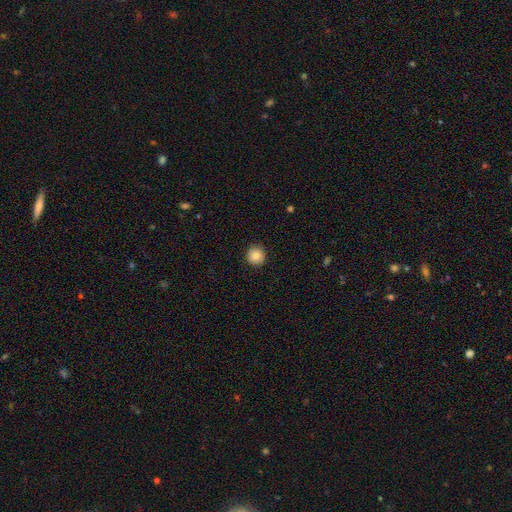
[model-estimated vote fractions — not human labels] A smooth galaxy with no disk features (85%) that is round (95%). Merging: none (92%).